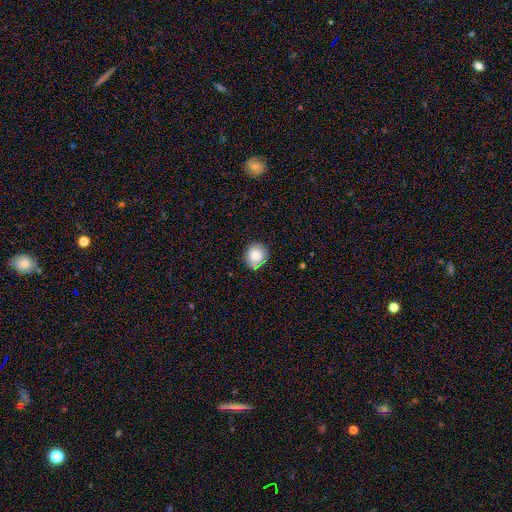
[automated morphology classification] Smooth or featured?
  - smooth: 78% *
  - featured or disk: 12%
  - star or artifact: 10%
How rounded?
  - round: 84% *
  - in between: 15%
  - cigar-shaped: 1%
Merging?
  - none: 81% *
  - minor disturbance: 14%
  - major disturbance: 3%
  - merger: 2%